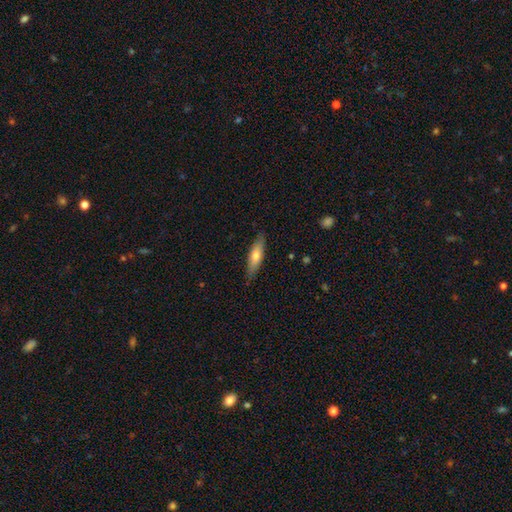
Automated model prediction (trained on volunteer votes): This is likely a smooth galaxy (64%). How rounded: likely cigar-shaped (64%). Merging: clearly none (86%).